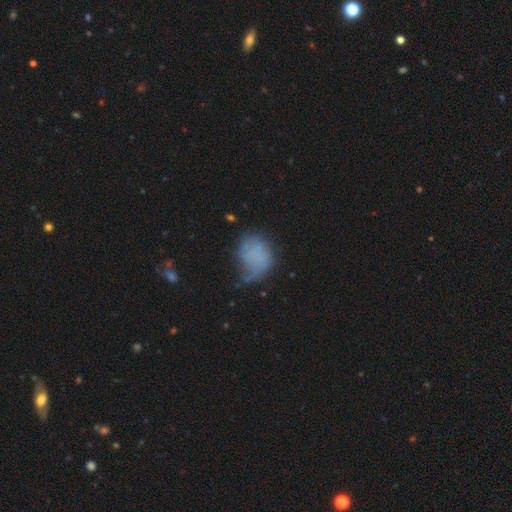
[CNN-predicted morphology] This appears to be a smooth galaxy with no disk features (56%) that is in between round and cigar-shaped (60%). Merging: none (32%, tied with major disturbance).